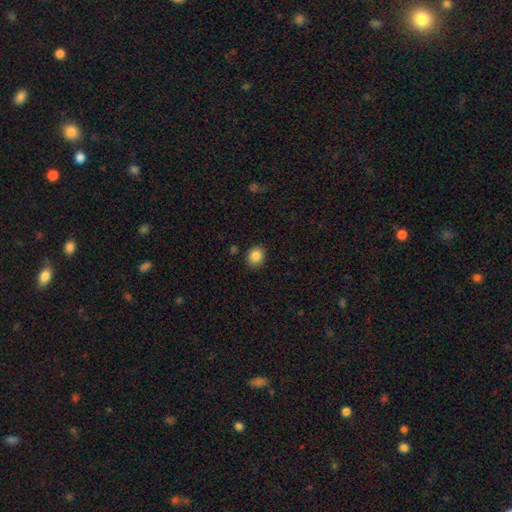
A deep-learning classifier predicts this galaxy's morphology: Overall: smooth (86%). How rounded: round (63%; in between 36%). Merging: none (86%).